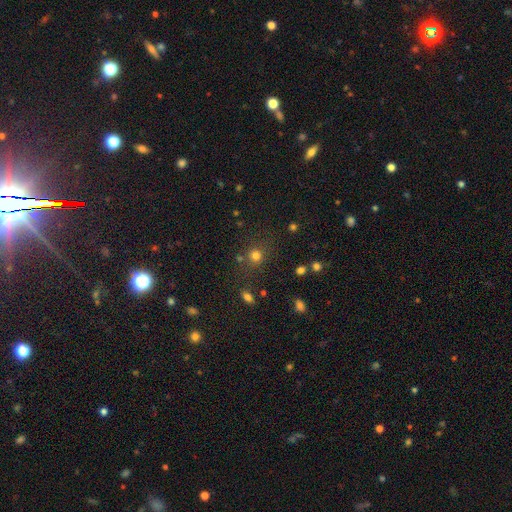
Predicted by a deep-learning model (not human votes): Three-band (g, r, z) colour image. It shows a smooth galaxy with no disk features (75%) that is round (88%). Merging: none (76%).